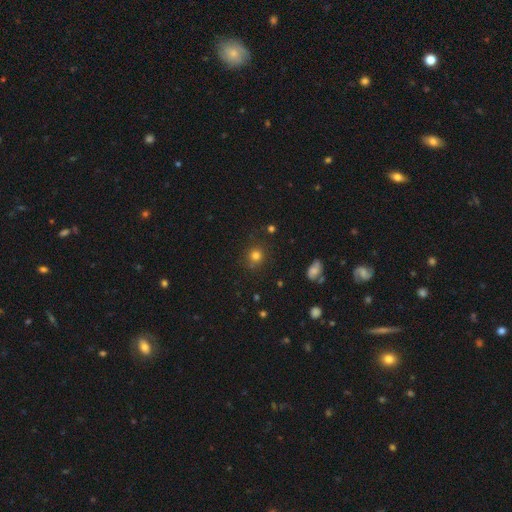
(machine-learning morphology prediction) Smooth or featured: smooth — 78% (star or artifact — 16%)
How rounded: round — 88% (in between — 11%)
Merging: none — 83% (minor disturbance — 11%)